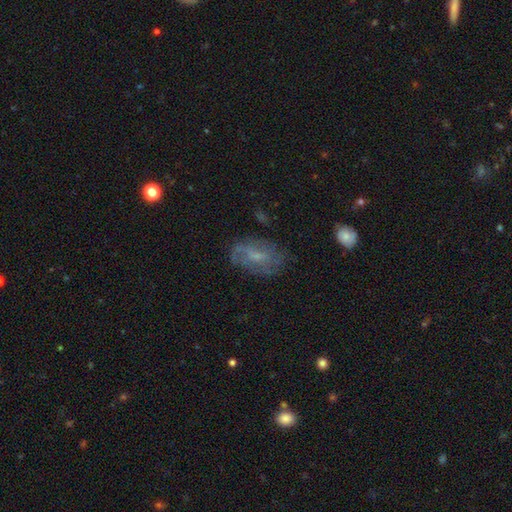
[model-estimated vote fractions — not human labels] A featured or disk galaxy (51%). Merging: none (64%).